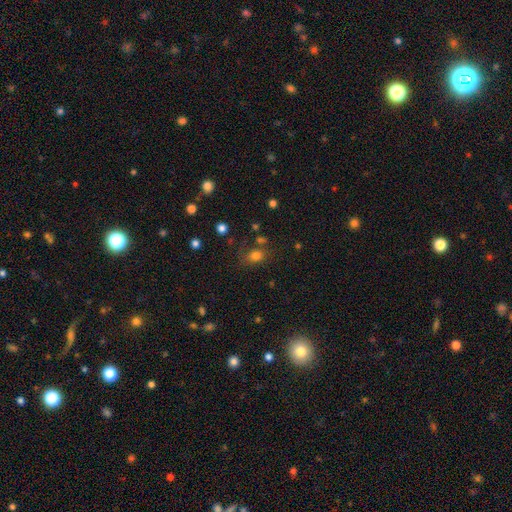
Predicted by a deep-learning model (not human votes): Smooth or featured: smooth — 77% (star or artifact — 15%)
How rounded: in between — 55% (round — 43%)
Merging: none — 64% (minor disturbance — 18%)